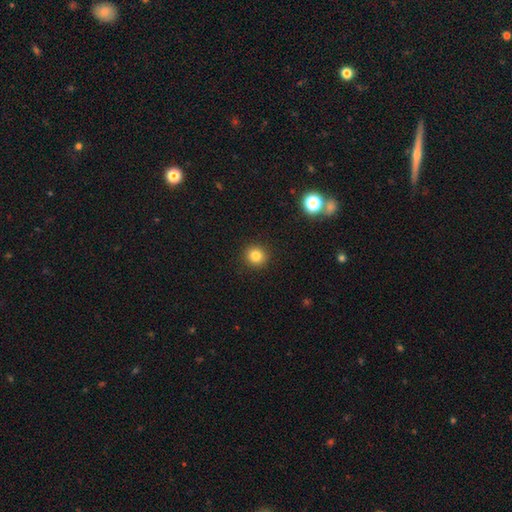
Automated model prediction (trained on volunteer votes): This is clearly a smooth galaxy (82%). How rounded: clearly round (90%). Merging: clearly none (92%).